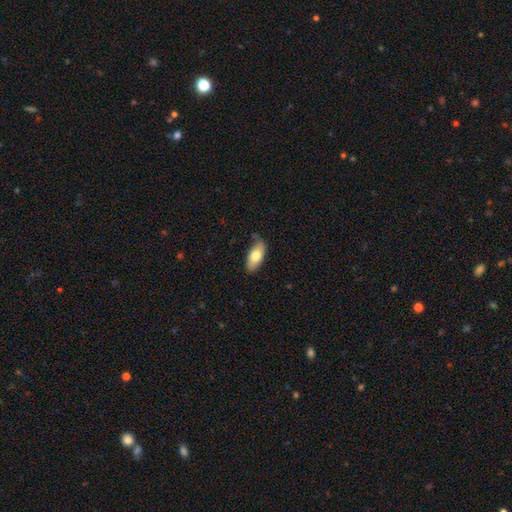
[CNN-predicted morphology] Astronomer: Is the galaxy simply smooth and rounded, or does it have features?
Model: smooth — 74%.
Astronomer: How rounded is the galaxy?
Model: in between — 88%.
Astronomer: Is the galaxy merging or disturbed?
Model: none — 73%.